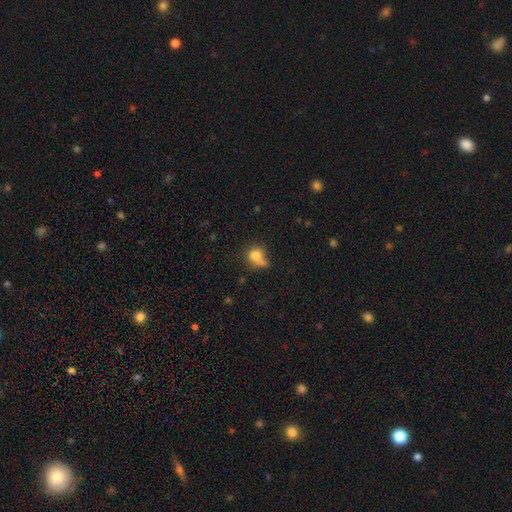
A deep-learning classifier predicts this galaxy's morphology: A smooth galaxy with no disk features (75%) that is round (60%). Merging: none (36%).